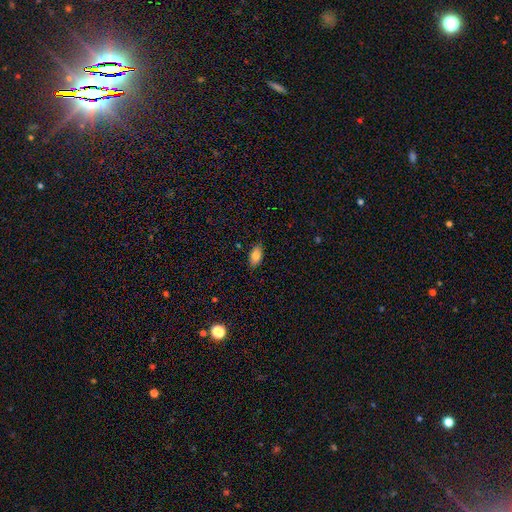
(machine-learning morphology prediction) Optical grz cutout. It shows a smooth galaxy with no disk features (84%) that is in between round and cigar-shaped (92%). Merging: none (85%).